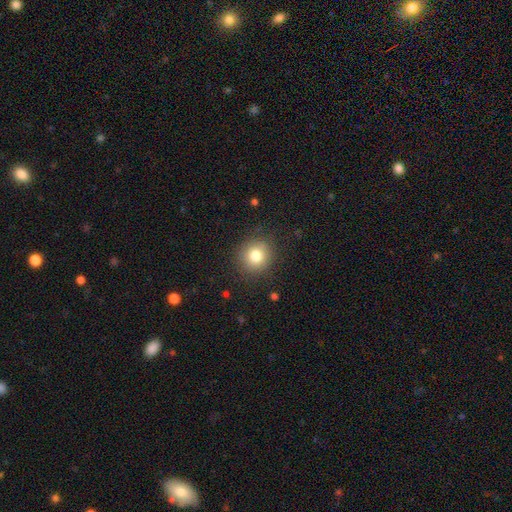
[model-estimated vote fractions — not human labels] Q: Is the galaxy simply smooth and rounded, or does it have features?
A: smooth — 80%.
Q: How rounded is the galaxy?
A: round — 88%.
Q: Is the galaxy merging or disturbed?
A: none — 87%.